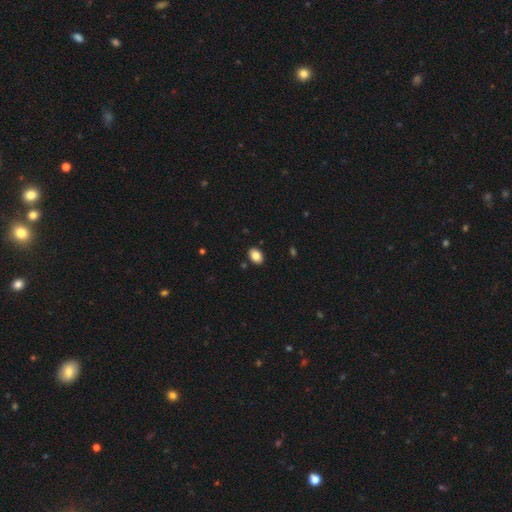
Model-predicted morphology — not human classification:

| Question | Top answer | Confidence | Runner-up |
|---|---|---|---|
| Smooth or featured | smooth | 86% | star or artifact (8%) |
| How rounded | in between | 82% | round (17%) |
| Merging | none | 89% | minor disturbance (8%) |